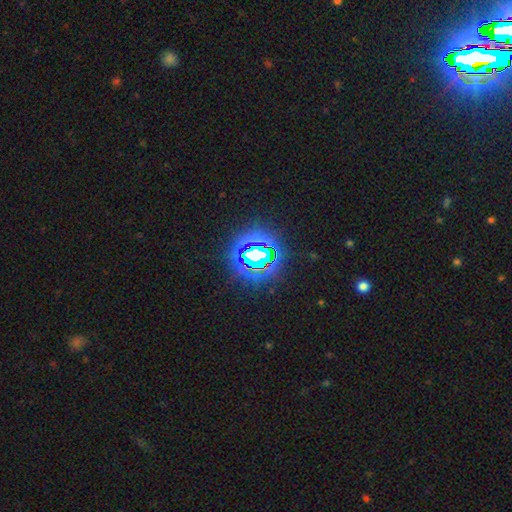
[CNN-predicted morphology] Smooth or featured? star or artifact (74%)